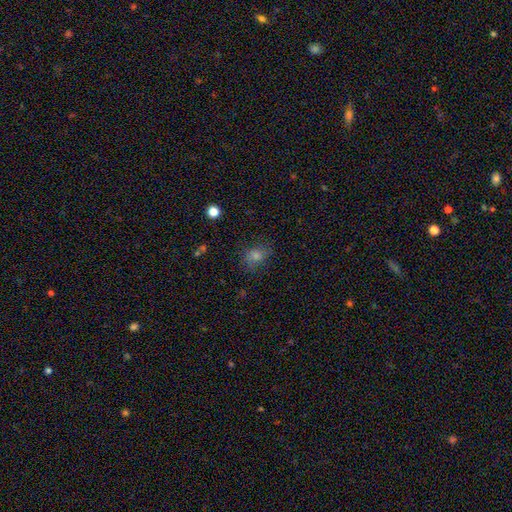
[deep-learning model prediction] Smooth or featured?
  - smooth: 57% *
  - star or artifact: 25%
  - featured or disk: 18%
How rounded?
  - round: 51% *
  - in between: 48%
  - cigar-shaped: 2%
Merging?
  - none: 70% *
  - minor disturbance: 20%
  - major disturbance: 9%
  - merger: 2%